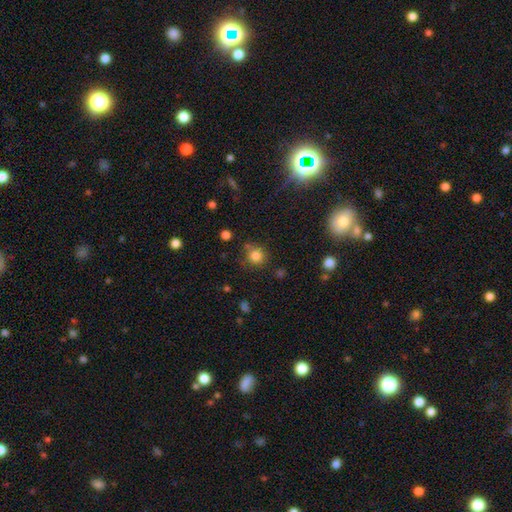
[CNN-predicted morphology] type=smooth (81%); roundness=round (90%); merging=none (76%).